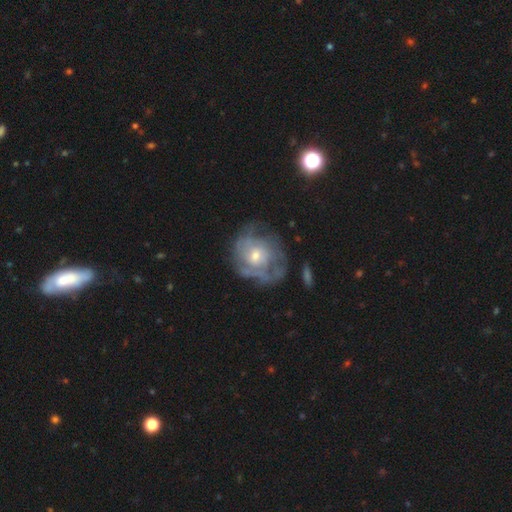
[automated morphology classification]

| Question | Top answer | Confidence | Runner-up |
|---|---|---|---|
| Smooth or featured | featured or disk | 71% | smooth (21%) |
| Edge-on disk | no | 97% | yes (3%) |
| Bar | no | 79% | weak (18%) |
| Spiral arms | yes | 69% | no (31%) |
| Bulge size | small | 47% | tied: moderate (47%) |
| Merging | none | 55% | minor disturbance (23%) |